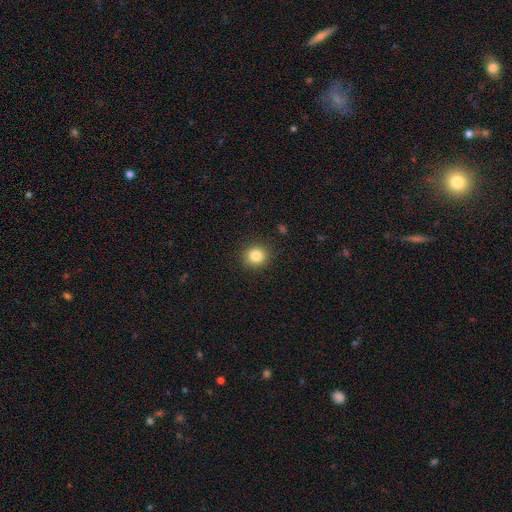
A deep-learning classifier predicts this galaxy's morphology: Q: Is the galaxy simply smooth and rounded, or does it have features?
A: smooth — 83%.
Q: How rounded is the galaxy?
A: round — 89%.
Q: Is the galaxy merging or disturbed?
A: none — 91%.